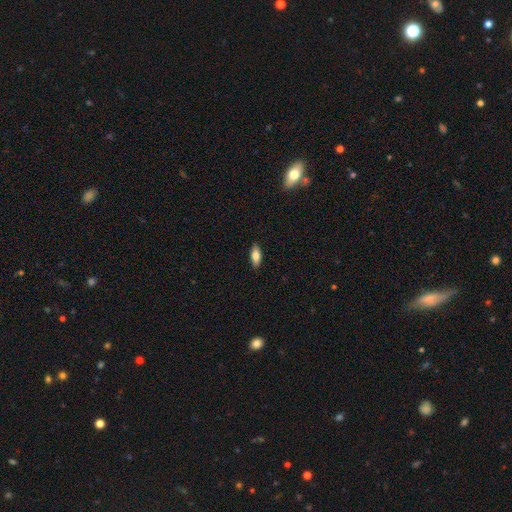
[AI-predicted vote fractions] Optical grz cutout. It shows a smooth galaxy with no disk features (77%) that is in between round and cigar-shaped (79%). Merging: none (89%).